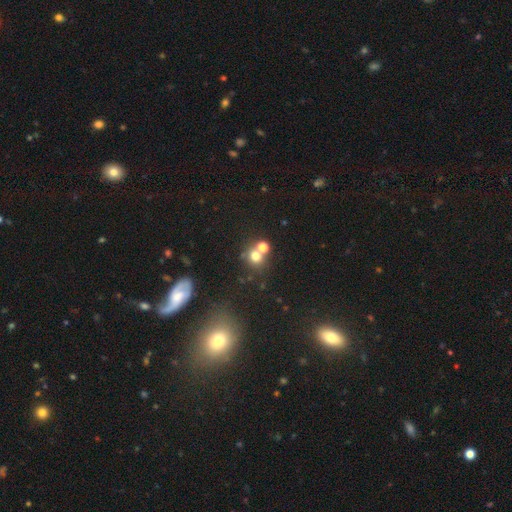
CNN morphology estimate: Smooth or featured? Predicted: smooth (p=0.69). How rounded? Predicted: round (p=0.83). Merging? Predicted: none (p=0.53).